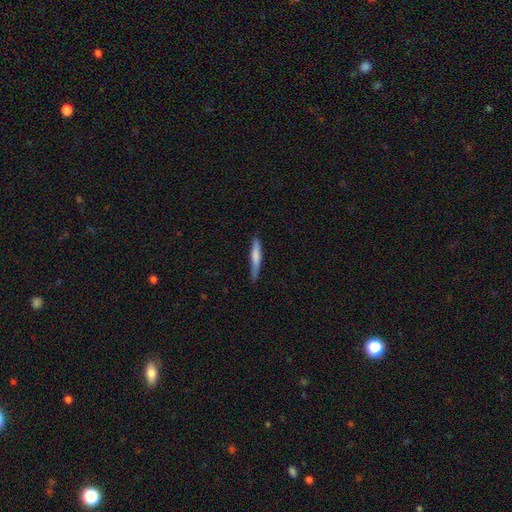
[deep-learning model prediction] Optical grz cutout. It shows a smooth galaxy with no disk features (70%) that is cigar-shaped (93%). Merging: none (76%).